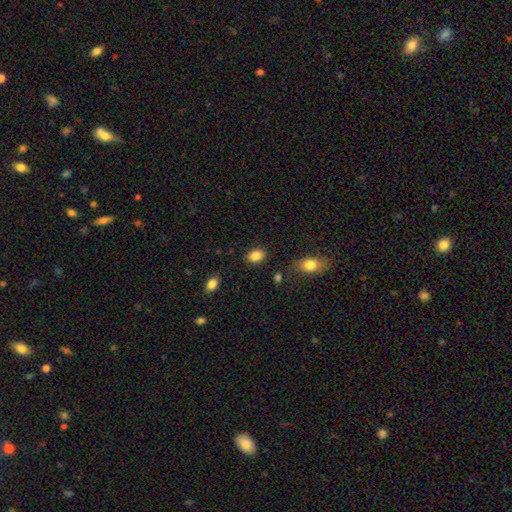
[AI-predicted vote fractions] Morphology: type=smooth (86%); roundness=in between (66%); merging=none (85%).